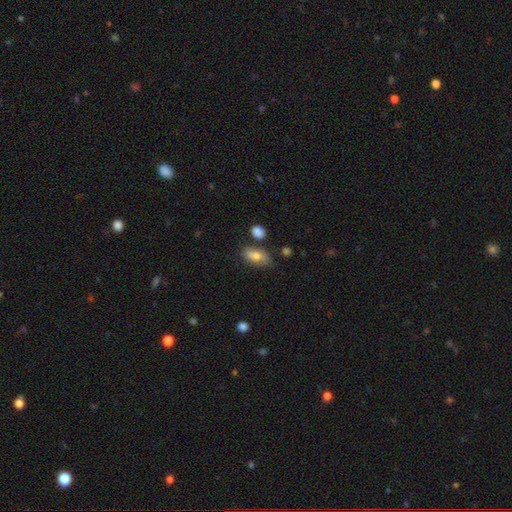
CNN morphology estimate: Overall: smooth (76%). How rounded: in between (87%). Merging: none (70%).